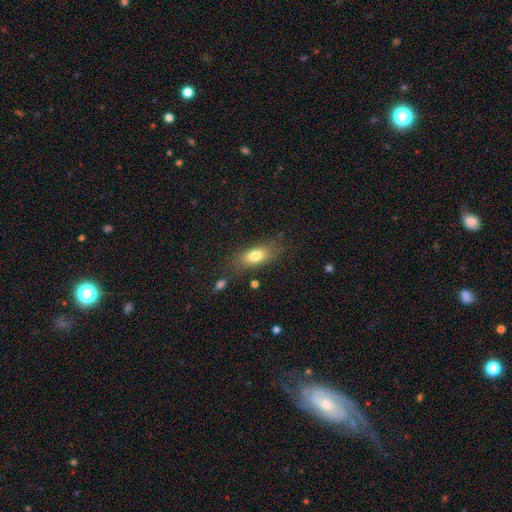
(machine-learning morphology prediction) smooth_or_featured: smooth (p=0.77) [alt: featured or disk p=0.14]
how_rounded: in between (p=0.78) [alt: cigar-shaped p=0.17]
merging: none (p=0.73) [alt: minor disturbance p=0.16]